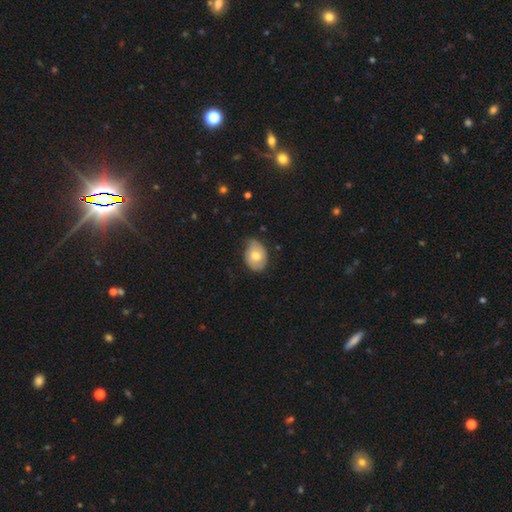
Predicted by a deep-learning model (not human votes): Smooth or featured: smooth — 67% (featured or disk — 26%)
How rounded: in between — 70% (round — 29%)
Merging: none — 62% (minor disturbance — 31%)